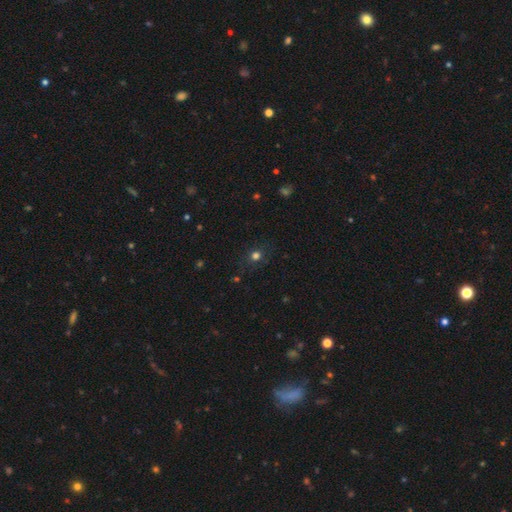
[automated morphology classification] smooth-or-featured: smooth: 69% | star or artifact: 24% | featured or disk: 7%
  how-rounded: round: 80% | in between: 18% | cigar-shaped: 1%
  merging: none: 83% | minor disturbance: 11% | major disturbance: 4% | merger: 2%